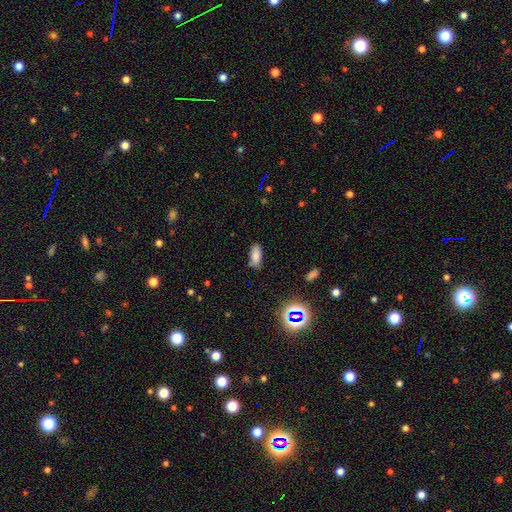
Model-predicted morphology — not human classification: Smooth or featured?
  - smooth: 81% *
  - star or artifact: 12%
  - featured or disk: 7%
How rounded?
  - in between: 80% *
  - cigar-shaped: 17%
  - round: 3%
Merging?
  - none: 79% *
  - minor disturbance: 15%
  - major disturbance: 3%
  - merger: 2%